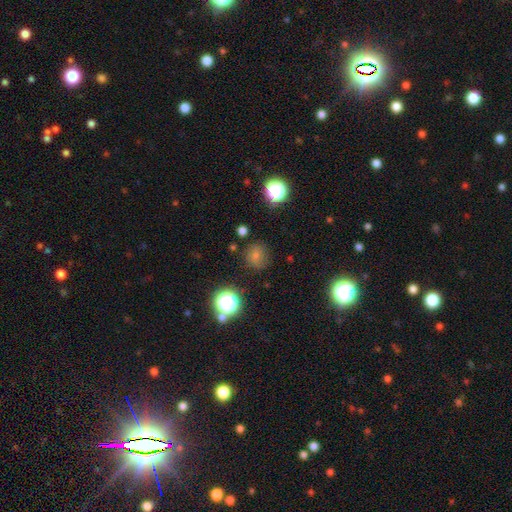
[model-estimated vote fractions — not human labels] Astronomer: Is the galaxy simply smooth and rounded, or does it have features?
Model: smooth — 71%.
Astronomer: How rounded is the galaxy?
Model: round — 85%.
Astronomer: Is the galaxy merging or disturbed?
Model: none — 79%.